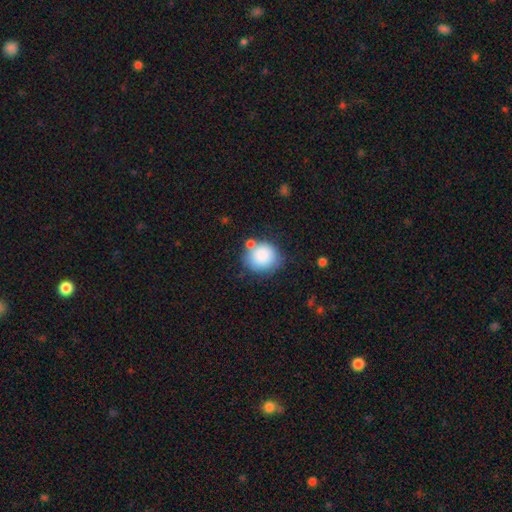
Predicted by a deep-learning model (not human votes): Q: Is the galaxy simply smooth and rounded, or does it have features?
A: smooth — 86%.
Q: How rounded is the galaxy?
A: round — 80%.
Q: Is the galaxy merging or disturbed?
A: none — 67%.